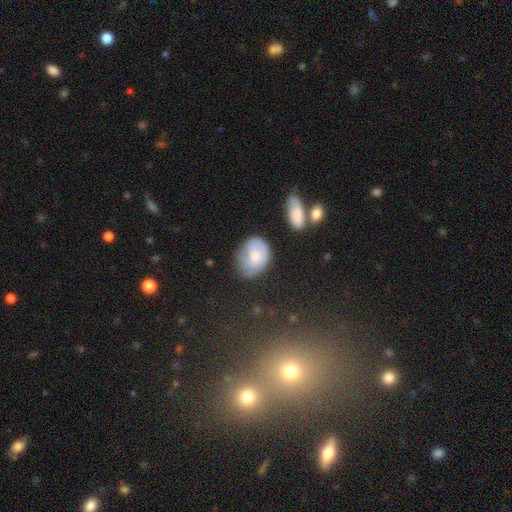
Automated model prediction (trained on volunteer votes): Morphology: type=smooth (56%); roundness=in between (59%); merging=none (50%).